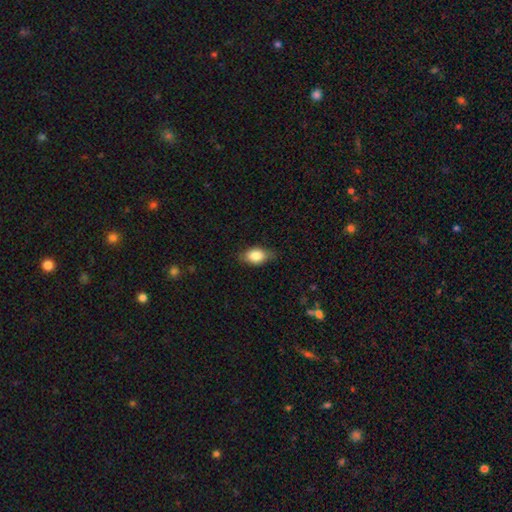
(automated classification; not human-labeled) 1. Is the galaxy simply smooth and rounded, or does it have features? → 84% smooth, 9% featured or disk, 7% star or artifact.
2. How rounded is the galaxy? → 88% in between, 9% round, 3% cigar-shaped.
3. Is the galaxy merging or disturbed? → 77% none, 18% minor disturbance, 3% major disturbance, 1% merger.